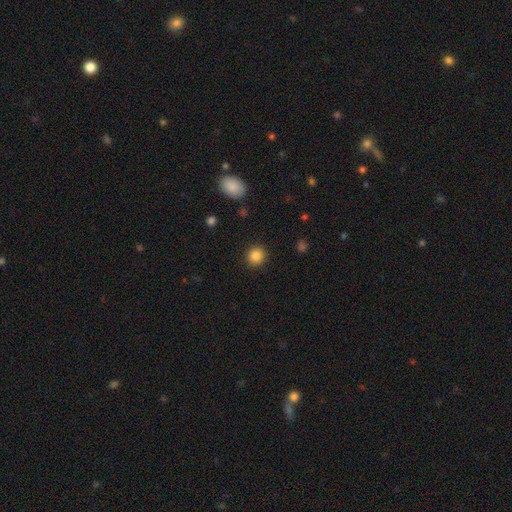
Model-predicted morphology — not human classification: This appears to be a smooth galaxy with no disk features (86%) that is round (89%). Merging: none (91%).